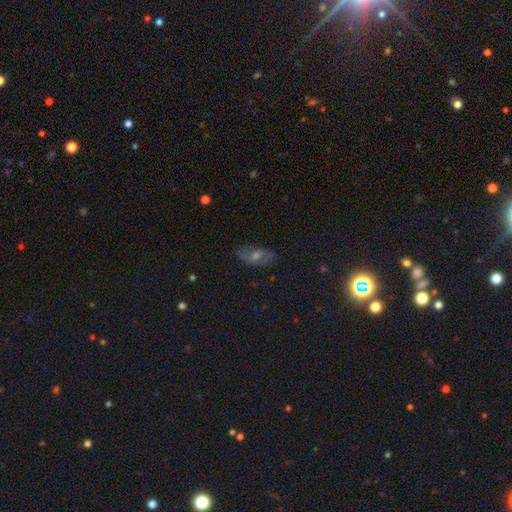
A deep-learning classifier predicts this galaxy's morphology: Smooth or featured? featured or disk (53%)
Edge-on disk? no (86%)
Merging? none (78%)